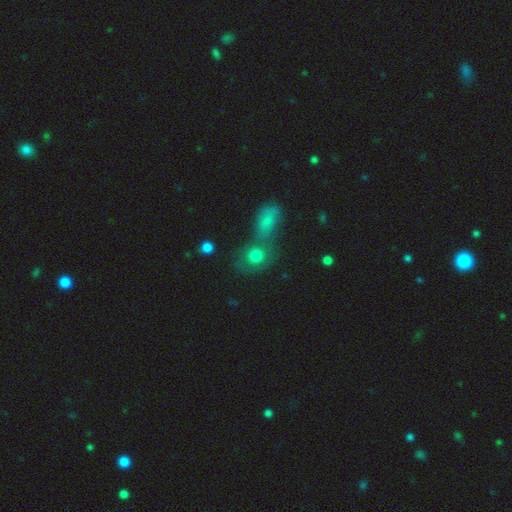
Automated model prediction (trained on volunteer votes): smooth_or_featured: smooth (p=0.76) [alt: star or artifact p=0.12]
how_rounded: round (p=0.62) [alt: in between p=0.36]
merging: merger (p=0.47) [alt: none p=0.39]